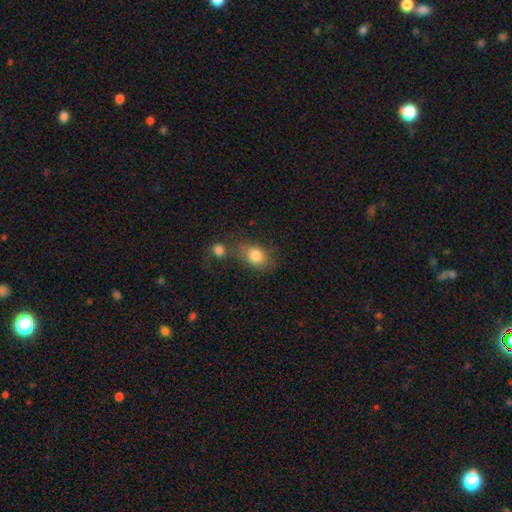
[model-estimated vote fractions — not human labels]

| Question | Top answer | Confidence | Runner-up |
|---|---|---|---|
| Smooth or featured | smooth | 82% | star or artifact (9%) |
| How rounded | in between | 55% | round (43%) |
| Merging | none | 52% | merger (22%) |